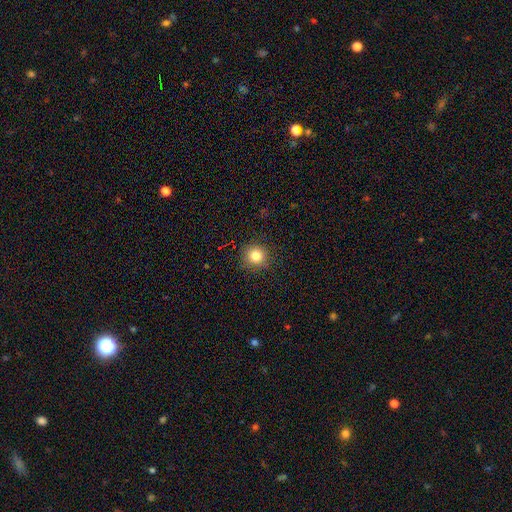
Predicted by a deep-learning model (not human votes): Smooth or featured?
  - smooth: 82% *
  - star or artifact: 12%
  - featured or disk: 6%
How rounded?
  - round: 93% *
  - in between: 6%
  - cigar-shaped: 1%
Merging?
  - none: 90% *
  - minor disturbance: 7%
  - major disturbance: 2%
  - merger: 1%